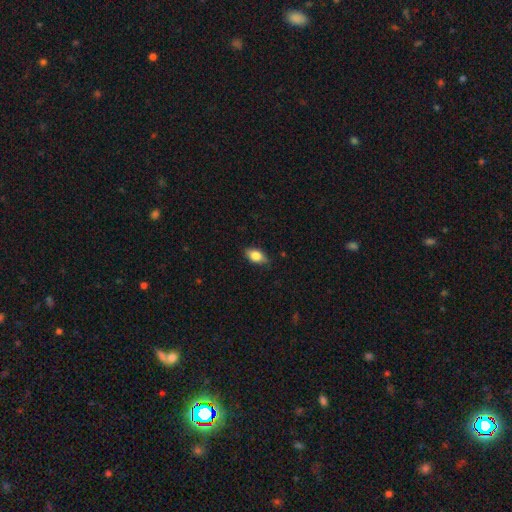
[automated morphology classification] A smooth galaxy with no disk features (78%) that is in between round and cigar-shaped (85%).

Vote fractions:
- Smooth or featured? smooth: 78% / featured or disk: 15% / star or artifact: 7%
- How rounded? in between: 85% / round: 9% / cigar-shaped: 6%
- Merging? none: 79% / minor disturbance: 17% / major disturbance: 3% / merger: 1%